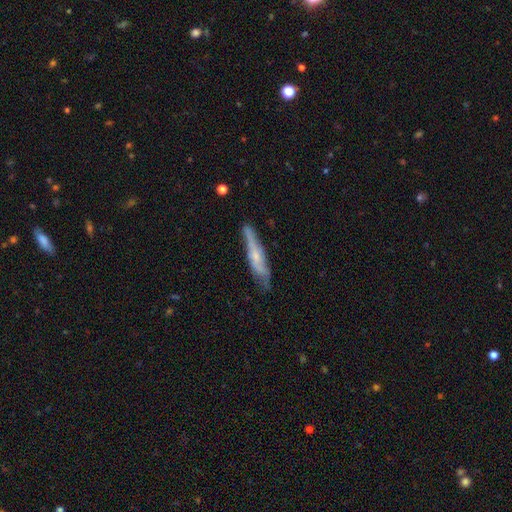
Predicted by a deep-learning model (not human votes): smooth_or_featured: featured or disk (p=0.60) [alt: smooth p=0.34]
disk_edge_on: yes (p=0.69) [alt: no p=0.31]
merging: none (p=0.66) [alt: minor disturbance p=0.25]